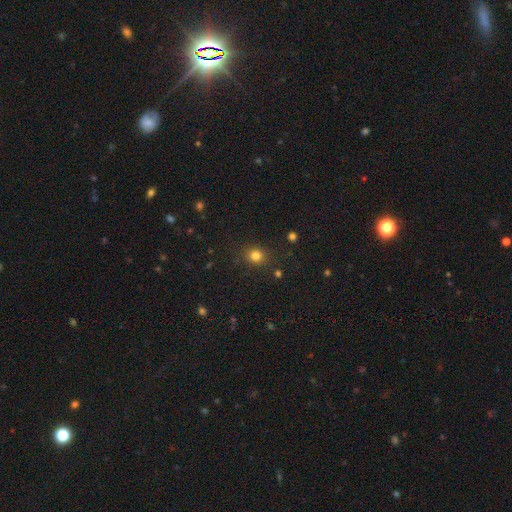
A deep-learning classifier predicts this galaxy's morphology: A smooth galaxy with no disk features (80%) that is round (78%). Merging: none (86%).